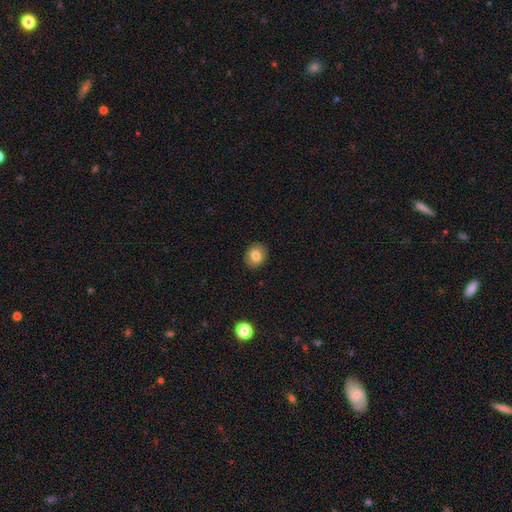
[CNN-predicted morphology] Smooth or featured?
  - smooth: 80% *
  - featured or disk: 10%
  - star or artifact: 9%
How rounded?
  - round: 72% *
  - in between: 27%
  - cigar-shaped: 1%
Merging?
  - none: 90% *
  - minor disturbance: 7%
  - major disturbance: 2%
  - merger: 1%